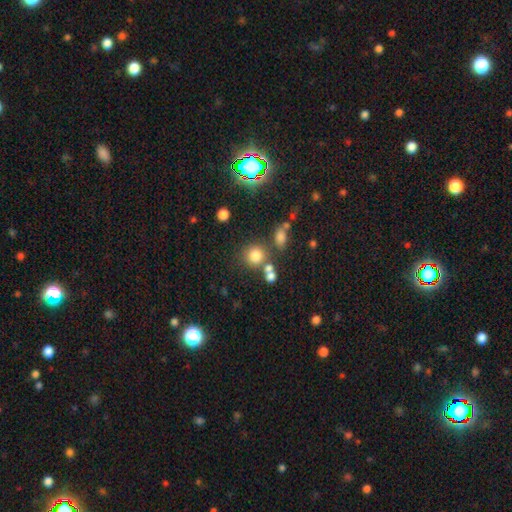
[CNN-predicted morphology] Q: Smooth or featured?
A: smooth (76%); runner-up: star or artifact (15%)
Q: How rounded?
A: round (85%); runner-up: in between (14%)
Q: Merging?
A: none (63%); runner-up: merger (21%)